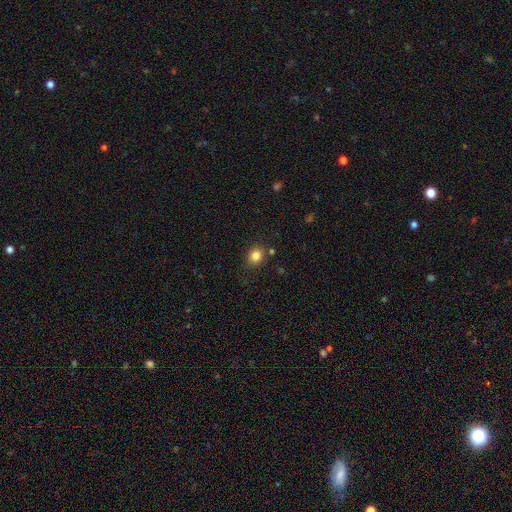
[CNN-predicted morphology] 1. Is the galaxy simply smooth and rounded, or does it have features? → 83% smooth, 12% star or artifact, 5% featured or disk.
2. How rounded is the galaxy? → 79% round, 20% in between, 1% cigar-shaped.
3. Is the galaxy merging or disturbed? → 84% none, 9% minor disturbance, 3% merger, 3% major disturbance.